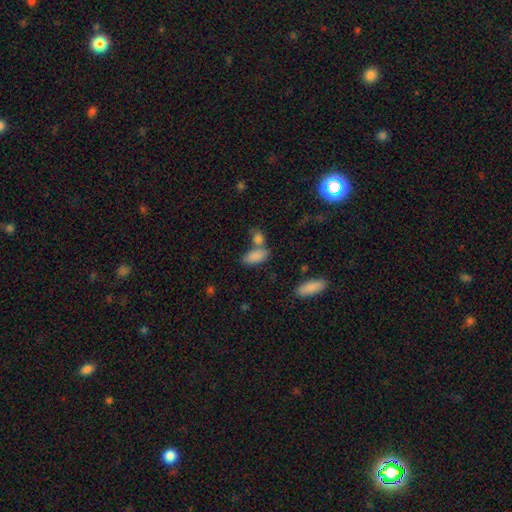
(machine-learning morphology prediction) Smooth or featured? smooth (85%)
How rounded? in between (88%)
Merging? none (51%)